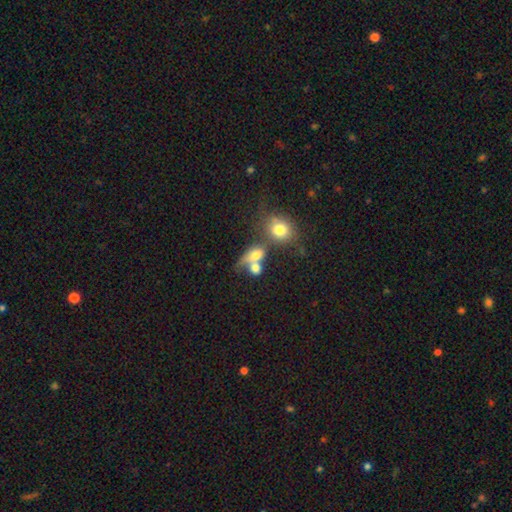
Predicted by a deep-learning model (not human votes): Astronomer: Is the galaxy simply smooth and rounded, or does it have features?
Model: smooth — 68%.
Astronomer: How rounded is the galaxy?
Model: in between — 53% (runner-up: round, 43%).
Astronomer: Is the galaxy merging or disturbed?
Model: merger — 56%.